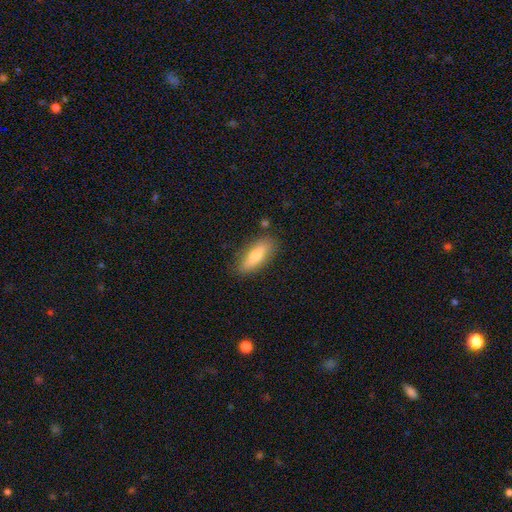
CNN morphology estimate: smooth_or_featured: smooth (p=0.71) [alt: featured or disk p=0.22]
how_rounded: in between (p=0.57) [alt: cigar-shaped p=0.41]
merging: none (p=0.82) [alt: minor disturbance p=0.13]